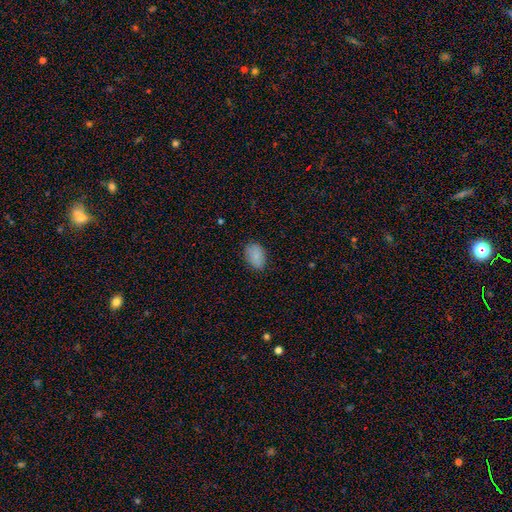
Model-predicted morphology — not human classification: The model was most divided on "how rounded": in between: 83%, round: 15%, cigar-shaped: 1%. More confident: smooth or featured — smooth (86%); merging — none (83%).